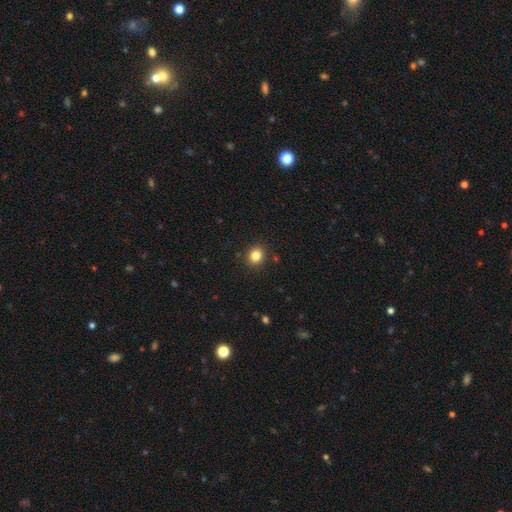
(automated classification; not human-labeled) A smooth galaxy with no disk features (82%) that is round (72%).

Vote fractions:
- Smooth or featured? smooth: 82% / star or artifact: 12% / featured or disk: 6%
- How rounded? round: 72% / in between: 27% / cigar-shaped: 1%
- Merging? none: 89% / minor disturbance: 7% / major disturbance: 2% / merger: 1%